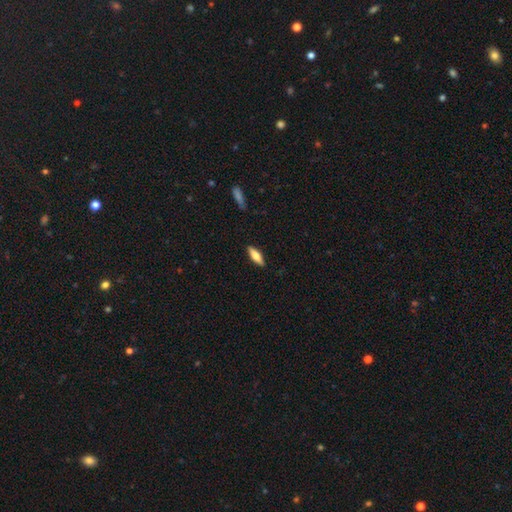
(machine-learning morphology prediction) A smooth galaxy with no disk features (66%) that is in between round and cigar-shaped (54%).

Vote fractions:
- Smooth or featured? smooth: 66% / featured or disk: 28% / star or artifact: 6%
- How rounded? in between: 54% / cigar-shaped: 44% / round: 2%
- Merging? none: 89% / minor disturbance: 8% / major disturbance: 2% / merger: 1%